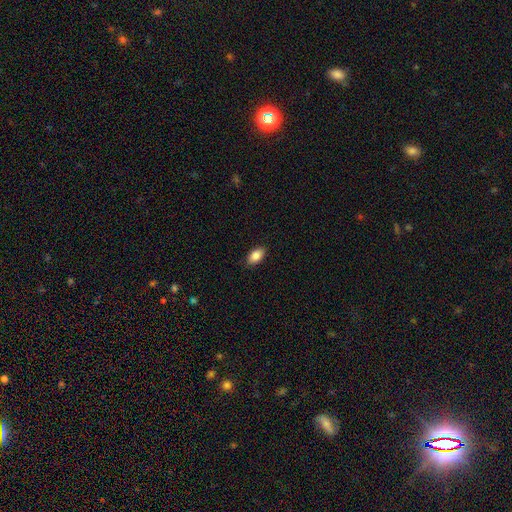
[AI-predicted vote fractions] Q: Smooth or featured?
A: smooth (85%); runner-up: featured or disk (8%)
Q: How rounded?
A: in between (91%); runner-up: round (6%)
Q: Merging?
A: none (87%); runner-up: minor disturbance (10%)